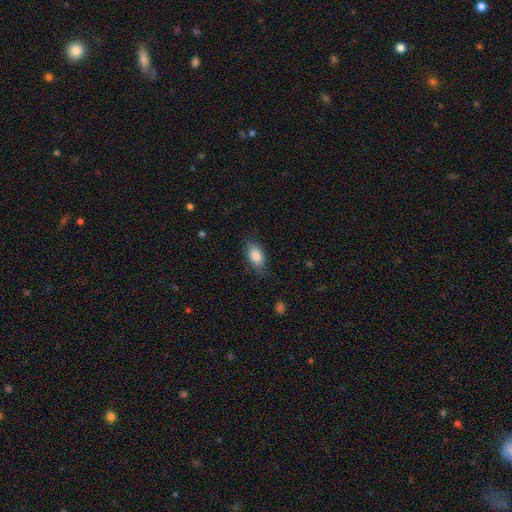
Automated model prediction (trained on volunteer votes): Smooth or featured: smooth — 84% (featured or disk — 9%)
How rounded: in between — 90% (cigar-shaped — 5%)
Merging: none — 77% (minor disturbance — 18%)